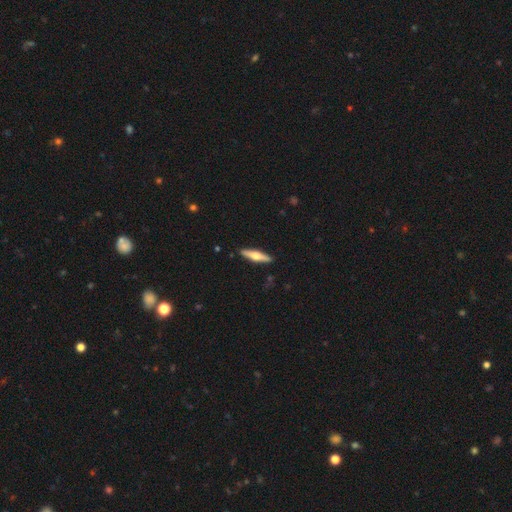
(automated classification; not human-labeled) Q: Smooth or featured?
A: featured or disk (62%); runner-up: smooth (33%)
Q: Edge-on disk?
A: yes (96%); runner-up: no (4%)
Q: Edge-on bulge?
A: rounded (93%); runner-up: boxy (4%)
Q: Merging?
A: none (90%); runner-up: minor disturbance (7%)